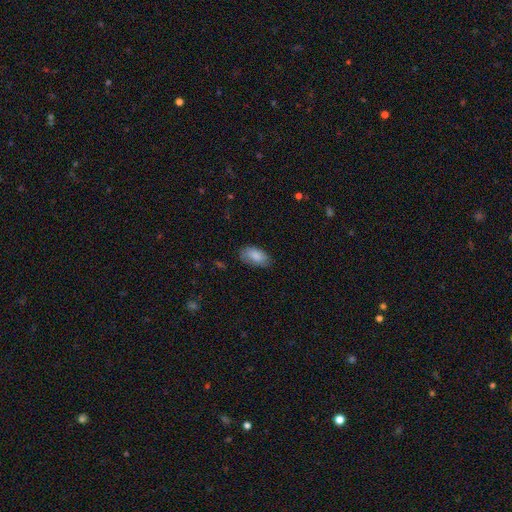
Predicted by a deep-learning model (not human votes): Smooth or featured?
  - smooth: 84% *
  - featured or disk: 9%
  - star or artifact: 6%
How rounded?
  - in between: 93% *
  - cigar-shaped: 4%
  - round: 3%
Merging?
  - none: 74% *
  - minor disturbance: 21%
  - major disturbance: 4%
  - merger: 1%